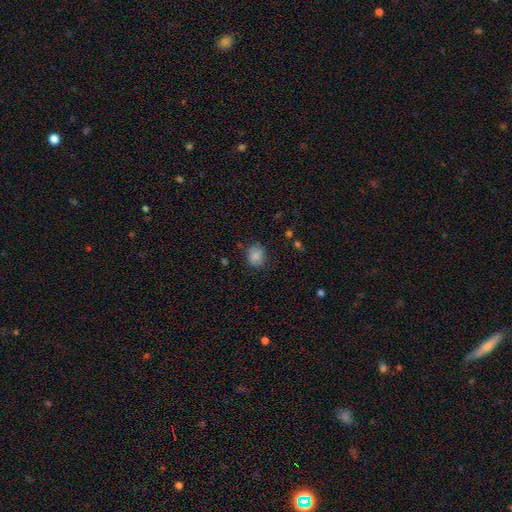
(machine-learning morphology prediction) smooth-or-featured: smooth: 86% | star or artifact: 9% | featured or disk: 5%
  how-rounded: round: 76% | in between: 23% | cigar-shaped: 1%
  merging: none: 80% | minor disturbance: 15% | major disturbance: 4% | merger: 1%